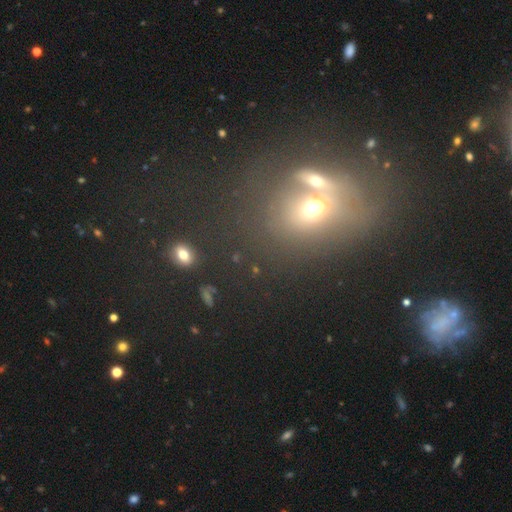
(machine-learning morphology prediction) Smooth or featured? Predicted: smooth (p=0.43). Merging? Predicted: none (p=0.43).